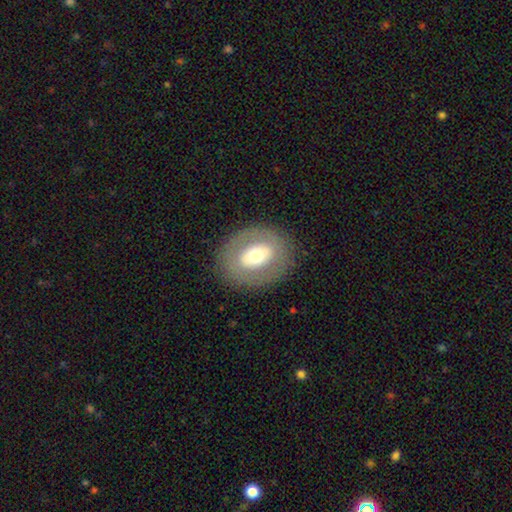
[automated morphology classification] smooth_or_featured: smooth (p=0.47) [alt: featured or disk p=0.46]
merging: none (p=0.83) [alt: minor disturbance p=0.10]